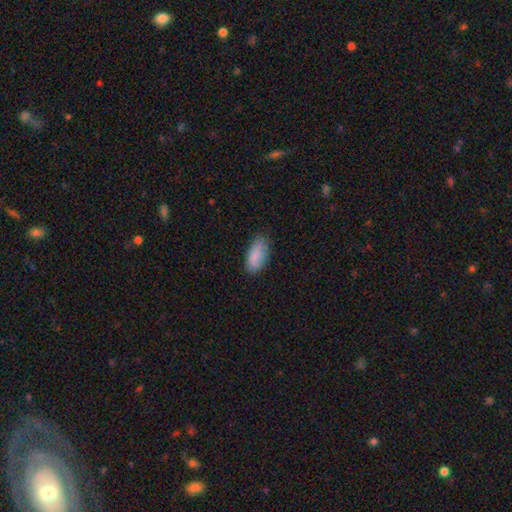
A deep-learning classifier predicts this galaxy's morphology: smooth-or-featured: smooth: 87% | featured or disk: 6% | star or artifact: 6%
  how-rounded: in between: 87% | cigar-shaped: 10% | round: 2%
  merging: none: 80% | minor disturbance: 16% | major disturbance: 3% | merger: 1%